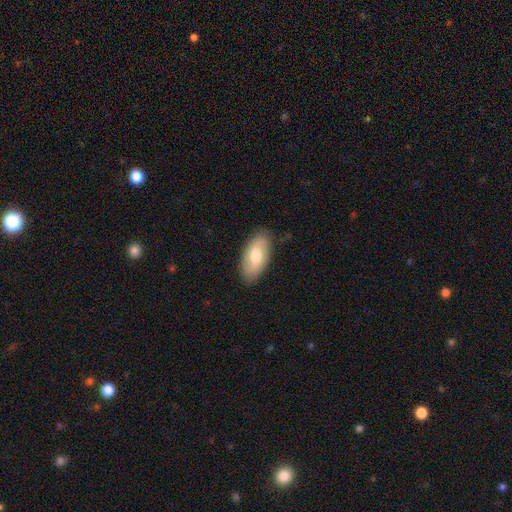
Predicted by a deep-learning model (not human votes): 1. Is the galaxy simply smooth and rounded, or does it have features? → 66% smooth, 28% featured or disk, 6% star or artifact.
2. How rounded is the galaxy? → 91% in between, 6% cigar-shaped, 2% round.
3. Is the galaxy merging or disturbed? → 87% none, 10% minor disturbance, 2% major disturbance, 1% merger.